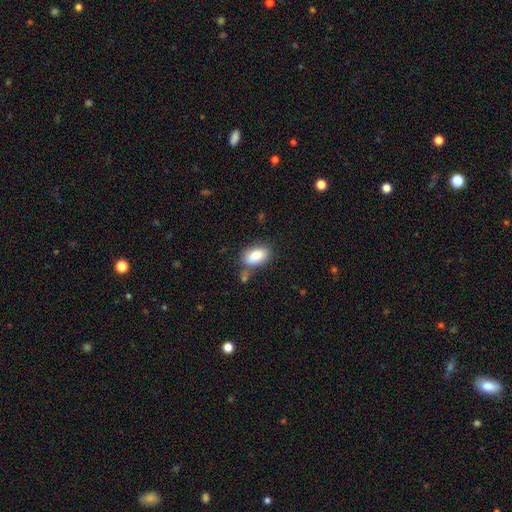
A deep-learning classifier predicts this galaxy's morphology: A smooth galaxy with no disk features (85%) that is in between round and cigar-shaped (91%). Merging: none (64%).